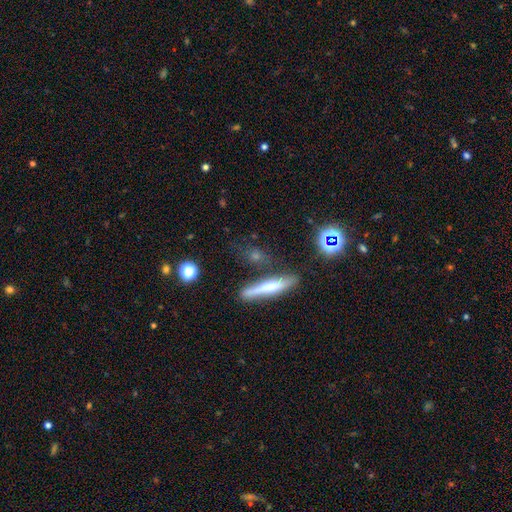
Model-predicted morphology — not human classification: This appears to be a smooth galaxy with no disk features (48%). Merging: none (74%).